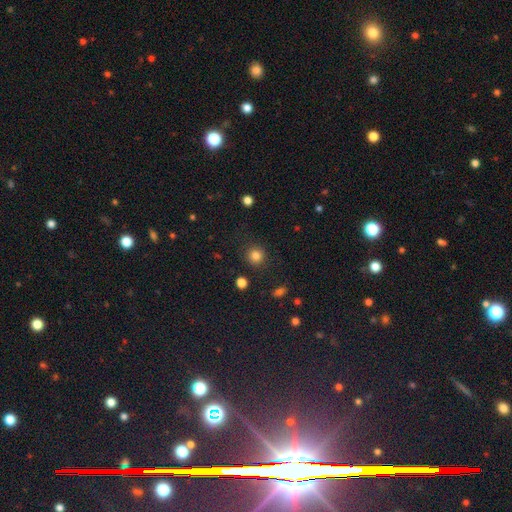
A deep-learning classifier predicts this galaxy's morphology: A smooth galaxy with no disk features (83%) that is round (92%).

Vote fractions:
- Smooth or featured? smooth: 83% / star or artifact: 12% / featured or disk: 5%
- How rounded? round: 92% / in between: 7% / cigar-shaped: 1%
- Merging? none: 88% / minor disturbance: 7% / major disturbance: 3% / merger: 2%